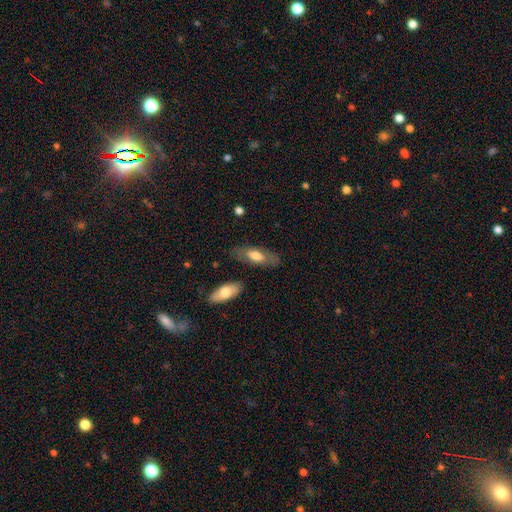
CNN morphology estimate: Q: Smooth or featured?
A: smooth (62%); runner-up: featured or disk (33%)
Q: How rounded?
A: in between (71%); runner-up: cigar-shaped (26%)
Q: Merging?
A: none (77%); runner-up: minor disturbance (15%)